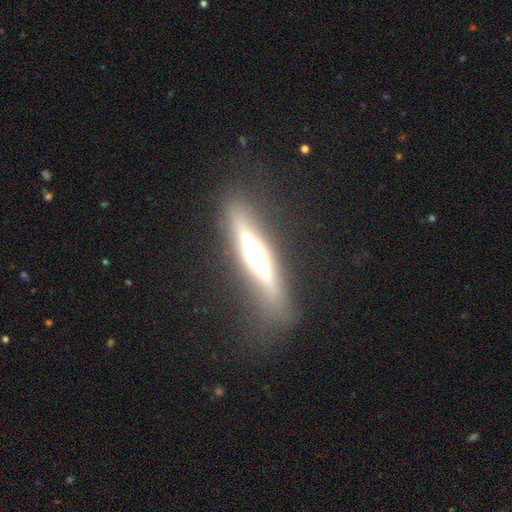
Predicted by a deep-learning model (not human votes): Smooth or featured?
  - featured or disk: 76% *
  - smooth: 16%
  - star or artifact: 8%
Edge-on disk?
  - yes: 95% *
  - no: 5%
Edge-on bulge?
  - rounded: 84% *
  - boxy: 12%
  - none: 4%
Merging?
  - none: 83% *
  - minor disturbance: 11%
  - major disturbance: 5%
  - merger: 2%